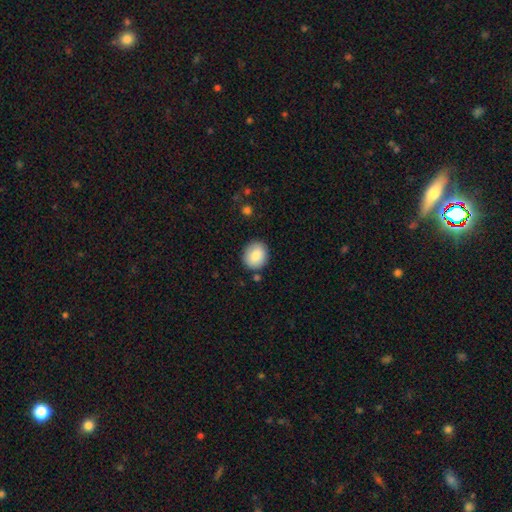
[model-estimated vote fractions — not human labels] Smooth or featured? smooth (86%)
How rounded? round (73%)
Merging? none (85%)